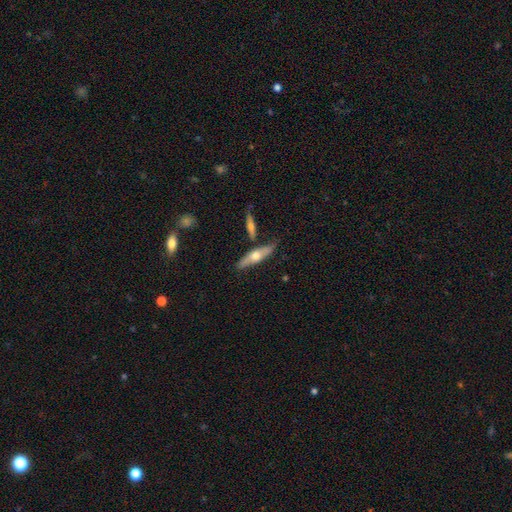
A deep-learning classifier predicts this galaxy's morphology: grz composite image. It shows a featured or disk galaxy (52%) viewed edge-on (80%). Merging: none (69%).